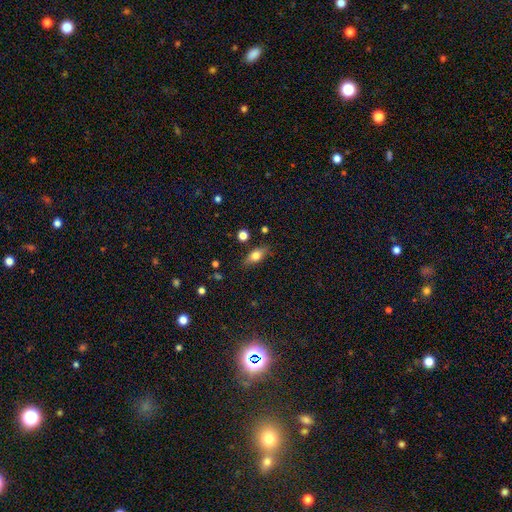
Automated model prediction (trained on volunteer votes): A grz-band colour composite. It shows a smooth galaxy with no disk features (66%) that is in between round and cigar-shaped (75%). Merging: none (81%).